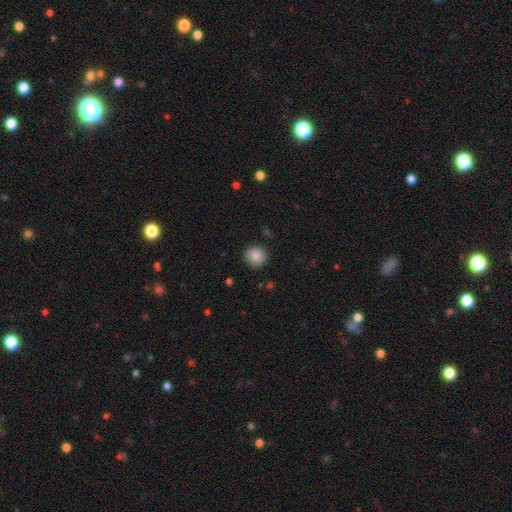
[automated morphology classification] smooth-or-featured: smooth: 87% | star or artifact: 9% | featured or disk: 4%
  how-rounded: round: 91% | in between: 8% | cigar-shaped: 1%
  merging: none: 89% | minor disturbance: 8% | major disturbance: 2% | merger: 1%